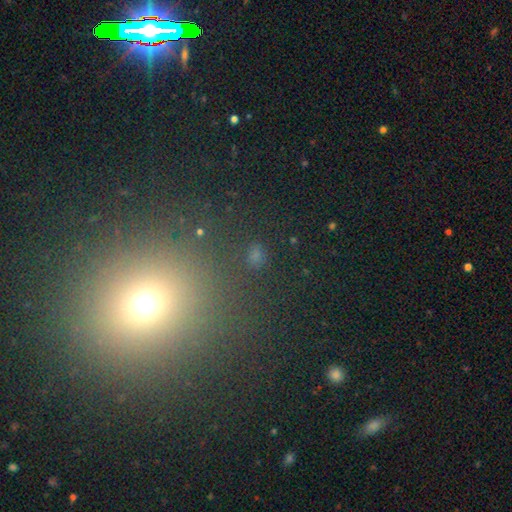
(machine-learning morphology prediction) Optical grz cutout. It shows a smooth galaxy with no disk features (56%) that is round (55%). Merging: none (78%).